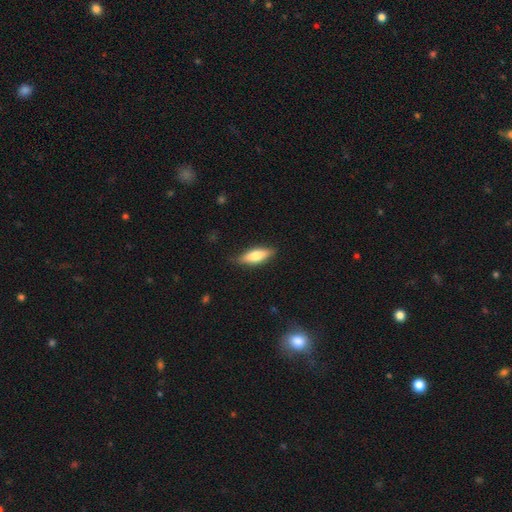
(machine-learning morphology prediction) Smooth or featured: smooth — 70% (featured or disk — 24%)
How rounded: in between — 57% (cigar-shaped — 40%)
Merging: none — 83% (minor disturbance — 13%)